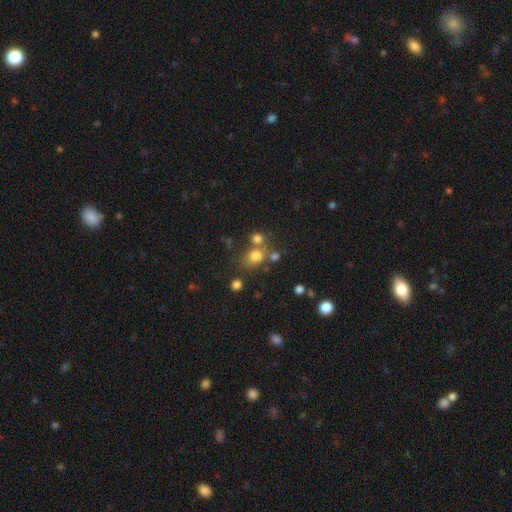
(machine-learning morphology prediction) The model was most divided on "how rounded": round: 59%, in between: 40%, cigar-shaped: 1%. More confident: smooth or featured — smooth (74%); merging — none (55%).